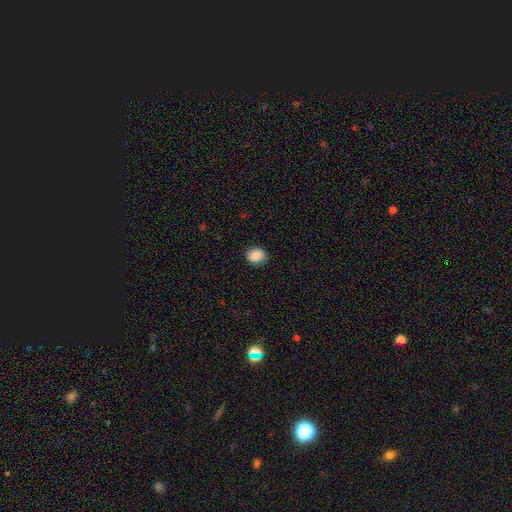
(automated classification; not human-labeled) Smooth or featured: smooth — 89% (star or artifact — 8%)
How rounded: round — 50% (in between — 49%)
Merging: none — 85% (minor disturbance — 12%)